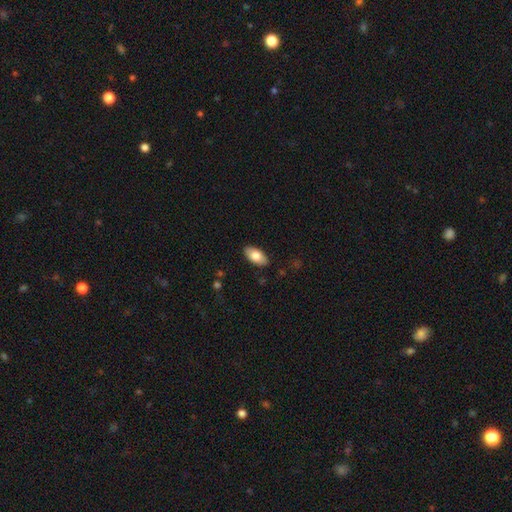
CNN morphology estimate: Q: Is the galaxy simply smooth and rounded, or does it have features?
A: smooth — 79%.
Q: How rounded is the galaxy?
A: in between — 94%.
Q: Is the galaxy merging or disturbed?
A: none — 87%.